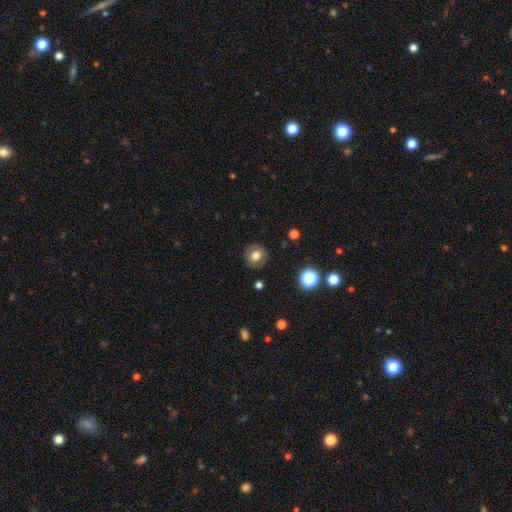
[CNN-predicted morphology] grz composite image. It shows a smooth galaxy with no disk features (76%) that is round (86%). Merging: none (88%).